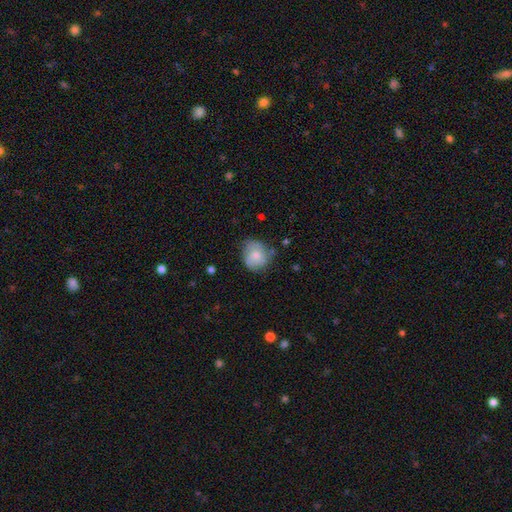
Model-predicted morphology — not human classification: Smooth or featured? smooth (61%)
How rounded? round (78%)
Merging? none (62%)